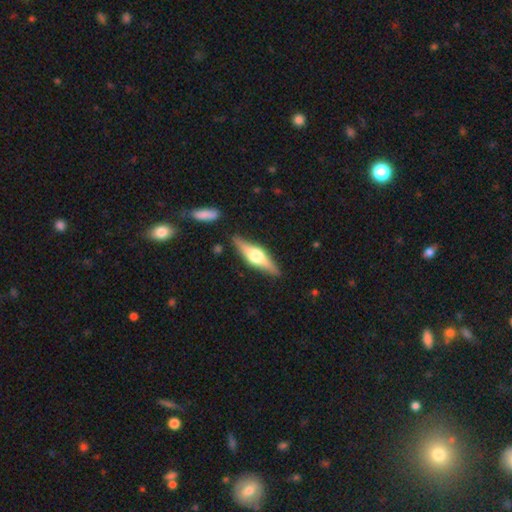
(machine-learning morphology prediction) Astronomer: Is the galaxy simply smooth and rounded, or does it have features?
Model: featured or disk — 69%.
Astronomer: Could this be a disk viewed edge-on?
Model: yes — 96%.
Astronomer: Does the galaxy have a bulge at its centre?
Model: rounded — 92%.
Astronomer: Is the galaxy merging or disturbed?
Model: none — 85%.